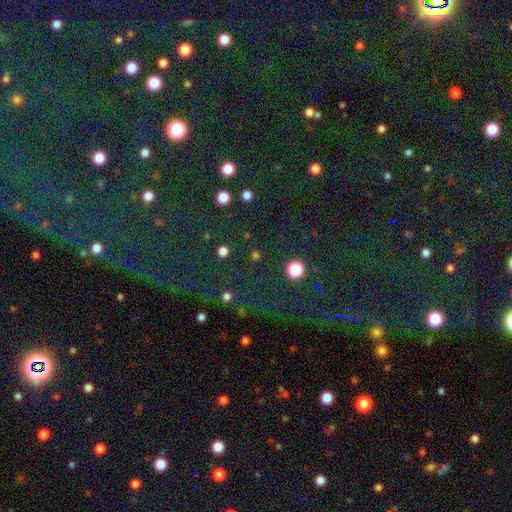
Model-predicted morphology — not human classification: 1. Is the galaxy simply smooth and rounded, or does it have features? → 52% star or artifact, 40% smooth, 8% featured or disk.